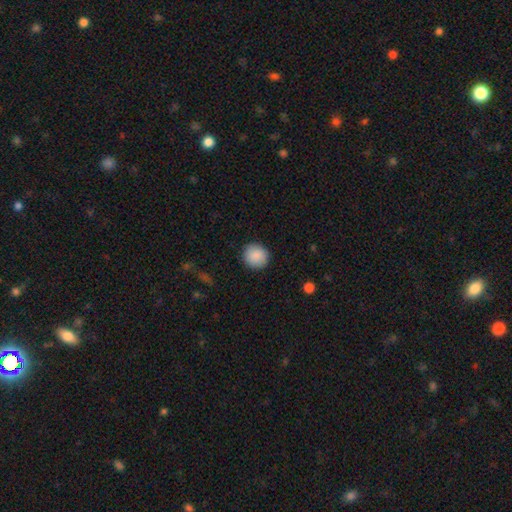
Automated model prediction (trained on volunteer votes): Smooth or featured? smooth (89%)
How rounded? round (90%)
Merging? none (90%)